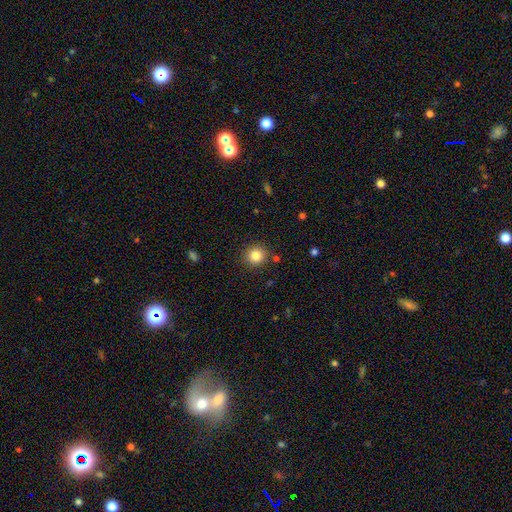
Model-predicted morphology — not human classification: A smooth galaxy with no disk features (83%) that is round (91%).

Vote fractions:
- Smooth or featured? smooth: 83% / star or artifact: 11% / featured or disk: 6%
- How rounded? round: 91% / in between: 8% / cigar-shaped: 1%
- Merging? none: 88% / minor disturbance: 7% / major disturbance: 2% / merger: 2%